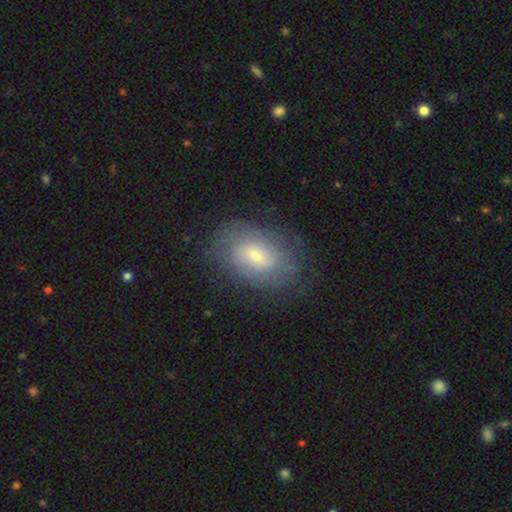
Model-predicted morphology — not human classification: A featured or disk galaxy (49%). Merging: none (74%).